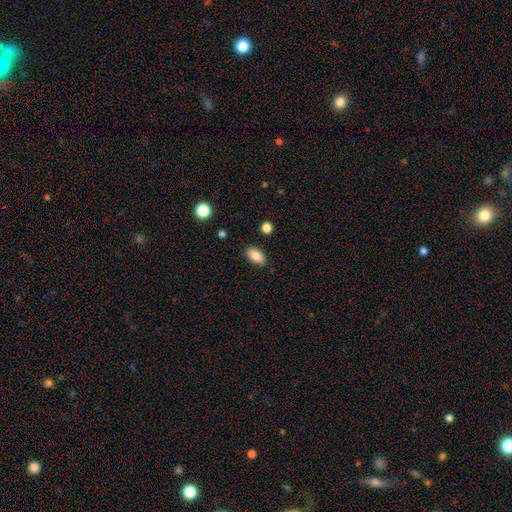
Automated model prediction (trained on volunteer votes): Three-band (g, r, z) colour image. It shows a smooth galaxy with no disk features (83%) that is in between round and cigar-shaped (91%). Merging: none (86%).